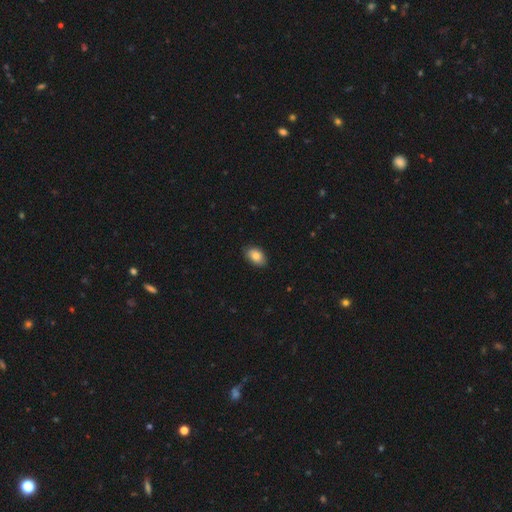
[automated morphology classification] A smooth galaxy with no disk features (84%) that is in between round and cigar-shaped (89%). Merging: none (86%).